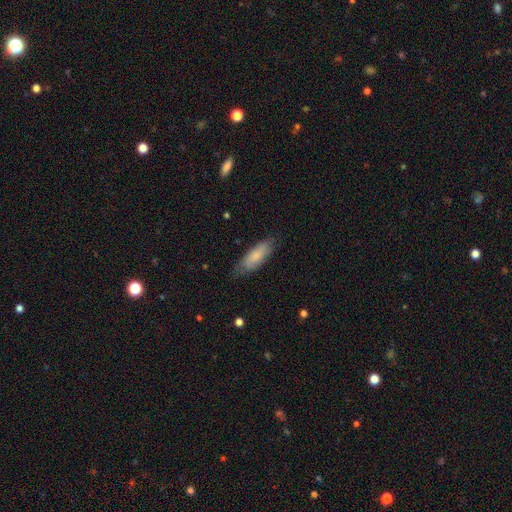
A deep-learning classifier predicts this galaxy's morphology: Smooth or featured? smooth (78%)
How rounded? in between (62%)
Merging? none (75%)